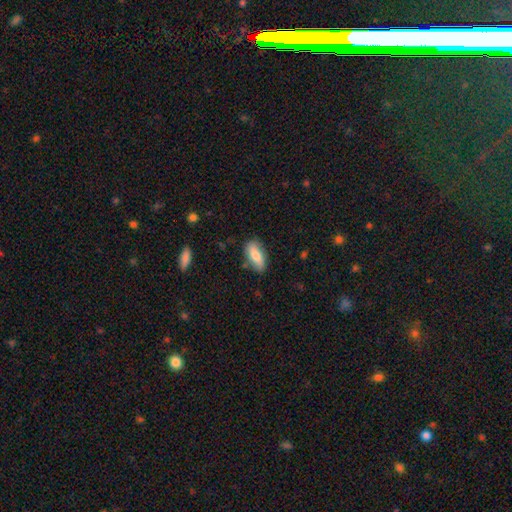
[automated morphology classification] smooth_or_featured: smooth (p=0.73) [alt: featured or disk p=0.21]
how_rounded: in between (p=0.84) [alt: cigar-shaped p=0.12]
merging: none (p=0.78) [alt: minor disturbance p=0.16]